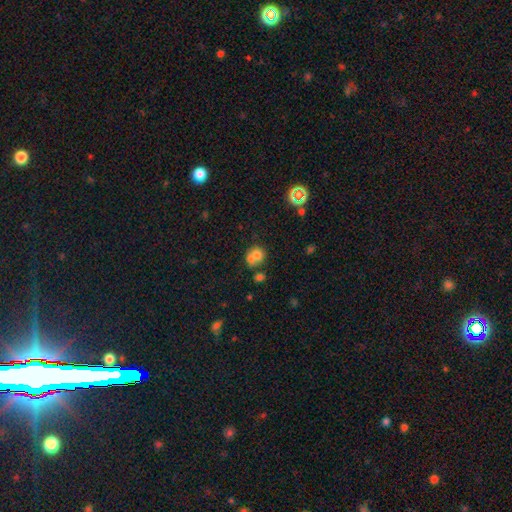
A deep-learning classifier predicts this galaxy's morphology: The model was most divided on "merging": merger: 50%, none: 32%, minor disturbance: 12%, major disturbance: 7%. More confident: smooth or featured — smooth (70%); how rounded — round (67%).